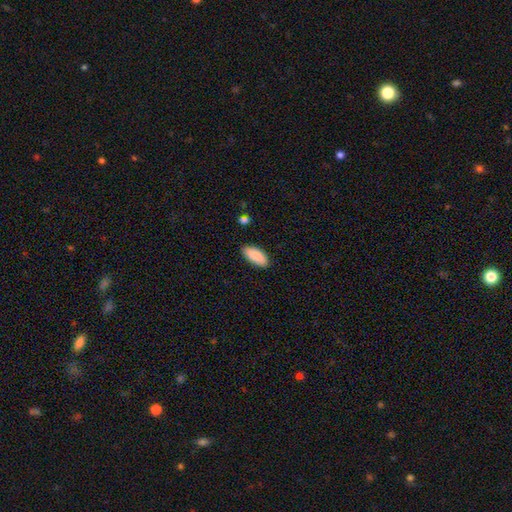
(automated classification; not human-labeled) This appears to be a smooth galaxy with no disk features (90%) that is in between round and cigar-shaped (88%). Merging: none (88%).